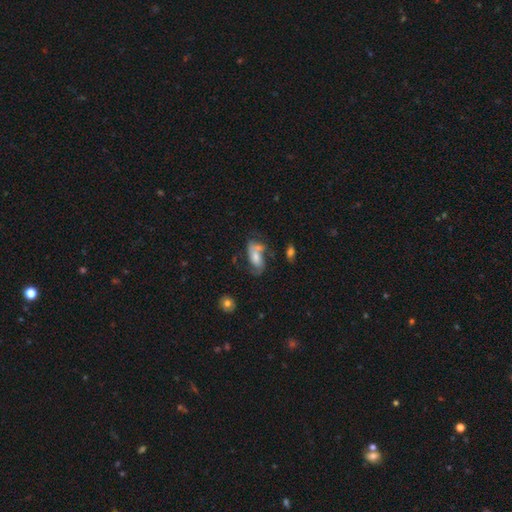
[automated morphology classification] Smooth or featured: featured or disk — 51% (smooth — 40%)
Edge-on disk: no — 92% (yes — 8%)
Merging: none — 33% (merger — 23%)